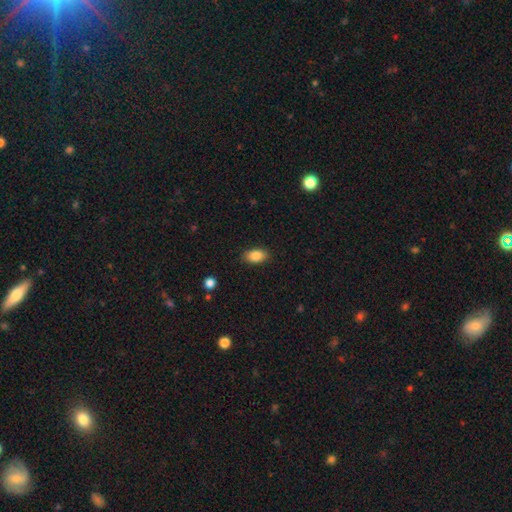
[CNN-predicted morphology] This appears to be a smooth galaxy with no disk features (86%) that is in between round and cigar-shaped (90%). Merging: none (87%).